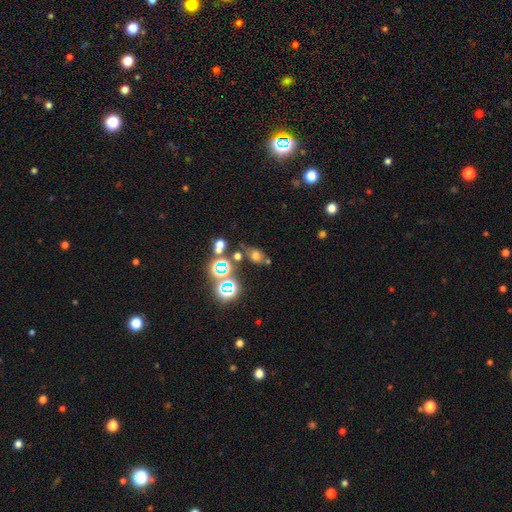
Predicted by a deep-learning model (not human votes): Q: Smooth or featured?
A: smooth (56%); runner-up: star or artifact (30%)
Q: How rounded?
A: in between (57%); runner-up: round (40%)
Q: Merging?
A: none (61%); runner-up: minor disturbance (16%)